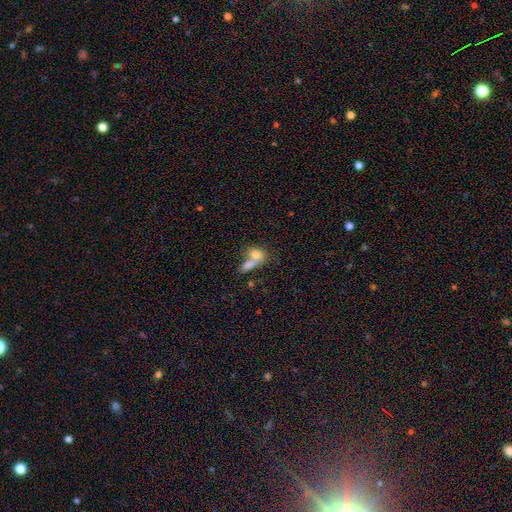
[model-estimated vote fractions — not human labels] A smooth galaxy with no disk features (74%) that is in between round and cigar-shaped (72%). Merging: merger (63%).